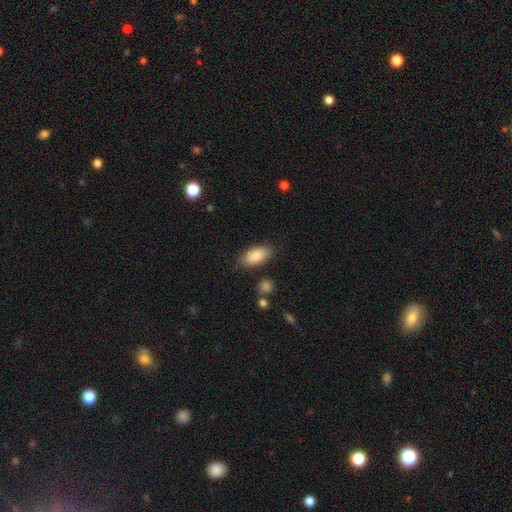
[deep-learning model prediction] Overall: smooth (86%). How rounded: in between (91%). Merging: none (81%).